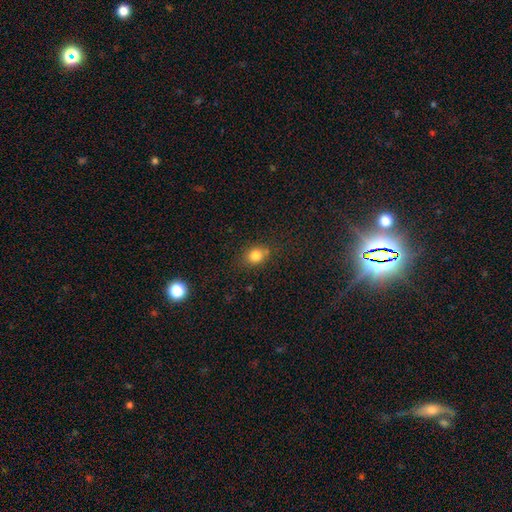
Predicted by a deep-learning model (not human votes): A smooth galaxy with no disk features (81%) that is round (56%). Merging: none (73%).